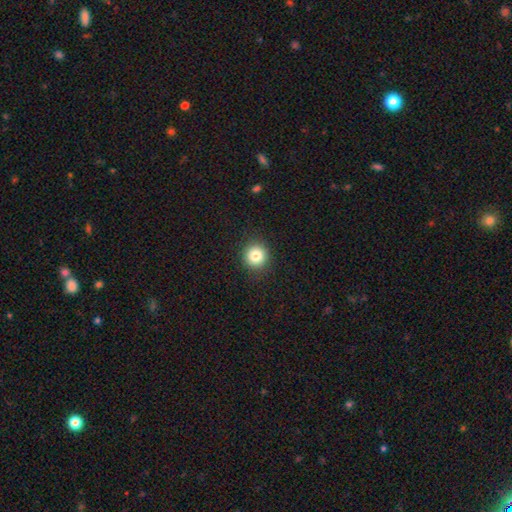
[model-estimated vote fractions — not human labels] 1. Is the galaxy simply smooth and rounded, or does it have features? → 83% smooth, 11% star or artifact, 7% featured or disk.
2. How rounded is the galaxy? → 92% round, 7% in between, 1% cigar-shaped.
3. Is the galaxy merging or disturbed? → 91% none, 6% minor disturbance, 2% major disturbance, 1% merger.